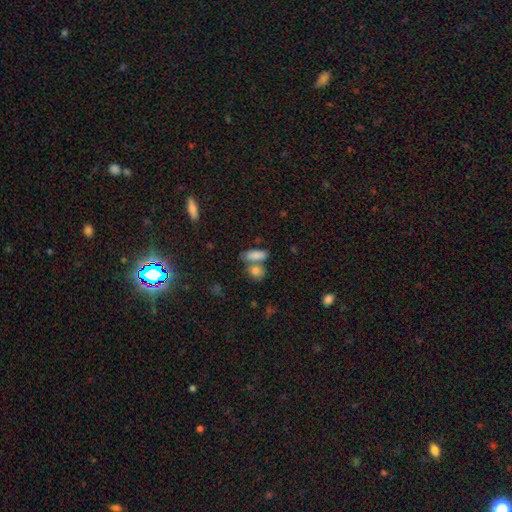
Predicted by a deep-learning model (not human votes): A smooth galaxy with no disk features (84%) that is in between round and cigar-shaped (77%). Merging: none (49%).